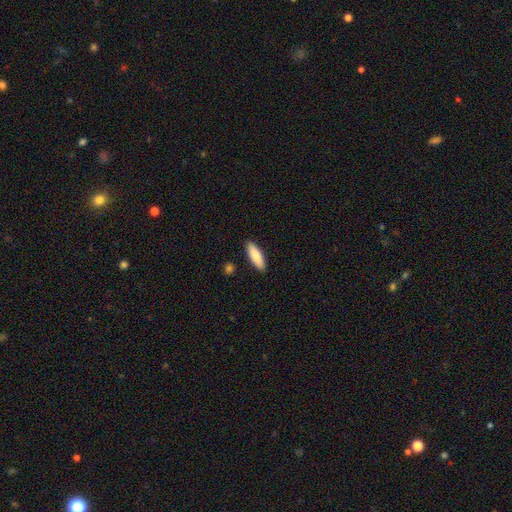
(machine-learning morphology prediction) A smooth galaxy with no disk features (83%) that is in between round and cigar-shaped (51%). Merging: none (90%).